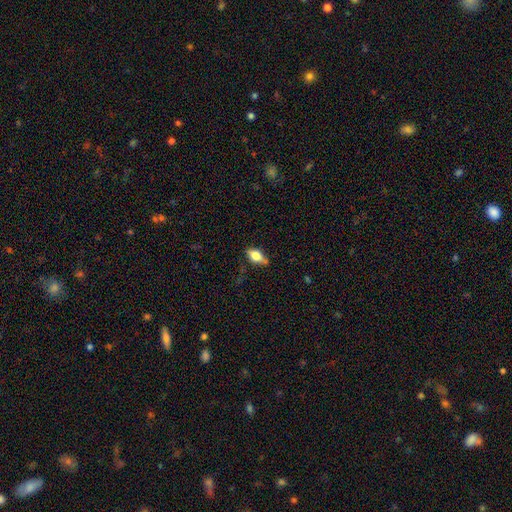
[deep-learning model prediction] Smooth or featured? smooth (65%)
How rounded? in between (84%)
Merging? none (63%)